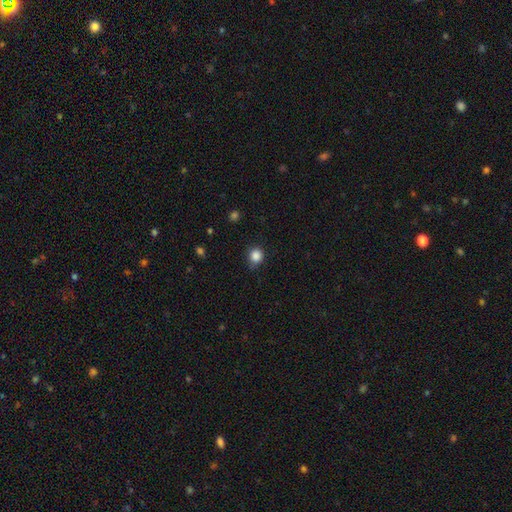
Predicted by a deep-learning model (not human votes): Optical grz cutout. It shows a smooth galaxy with no disk features (86%) that is round (86%). Merging: none (80%).